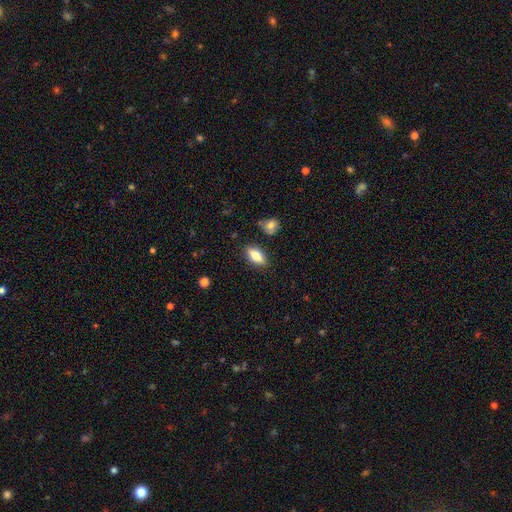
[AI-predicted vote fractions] Smooth or featured? Predicted: smooth (p=0.72). How rounded? Predicted: in between (p=0.78). Merging? Predicted: none (p=0.84).